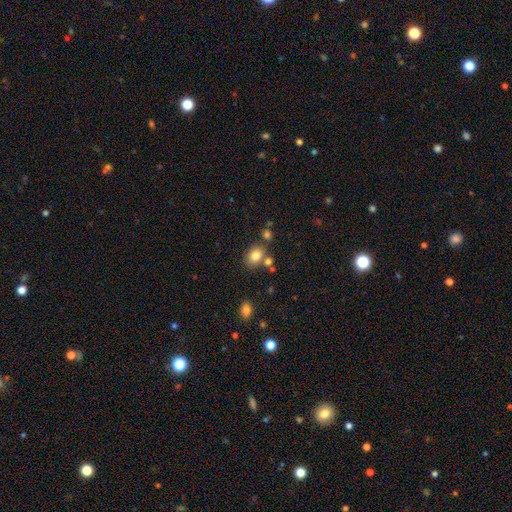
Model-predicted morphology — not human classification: Smooth or featured? smooth (80%)
How rounded? in between (58%)
Merging? none (67%)